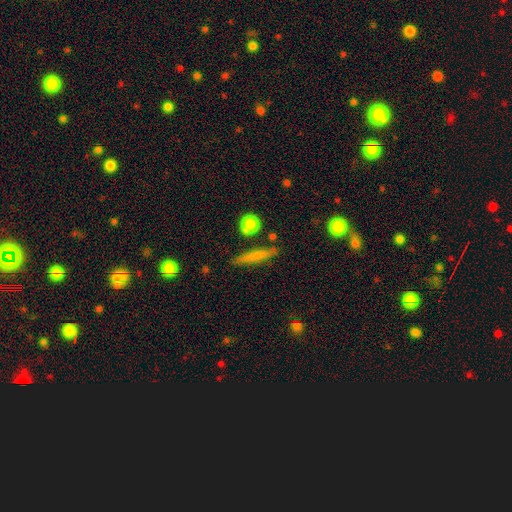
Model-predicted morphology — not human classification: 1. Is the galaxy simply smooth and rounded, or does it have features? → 67% smooth, 25% featured or disk, 8% star or artifact.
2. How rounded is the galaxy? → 87% cigar-shaped, 9% in between, 4% round.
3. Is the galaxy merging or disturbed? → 83% none, 11% minor disturbance, 4% merger, 3% major disturbance.